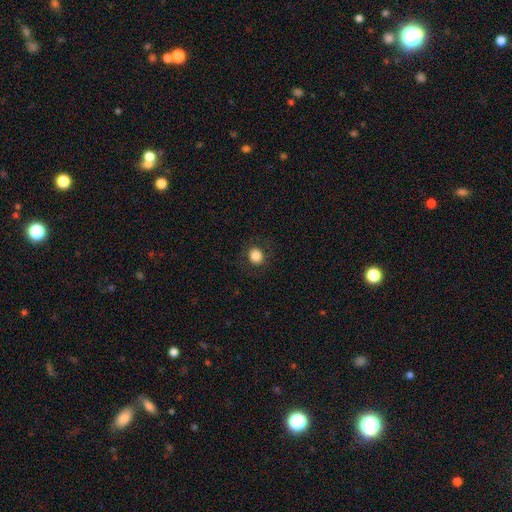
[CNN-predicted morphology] This is clearly a smooth galaxy (84%). How rounded: clearly round (84%). Merging: clearly none (87%).